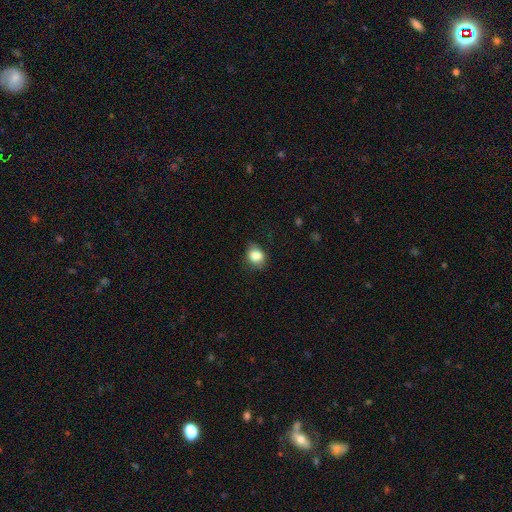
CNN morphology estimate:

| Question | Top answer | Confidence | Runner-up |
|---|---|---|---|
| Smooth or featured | smooth | 85% | star or artifact (9%) |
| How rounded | round | 51% | in between (48%) |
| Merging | none | 63% | minor disturbance (28%) |